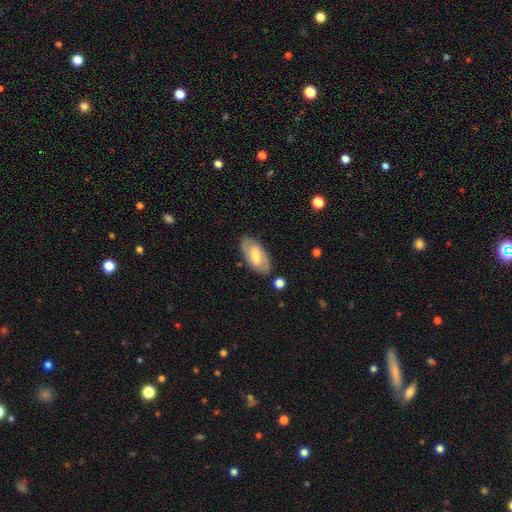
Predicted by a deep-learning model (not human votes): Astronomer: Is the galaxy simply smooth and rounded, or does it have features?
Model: featured or disk — 50% (runner-up: smooth, 44%).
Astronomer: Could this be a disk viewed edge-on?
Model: no — 90%.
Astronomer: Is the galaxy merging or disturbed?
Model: none — 81%.